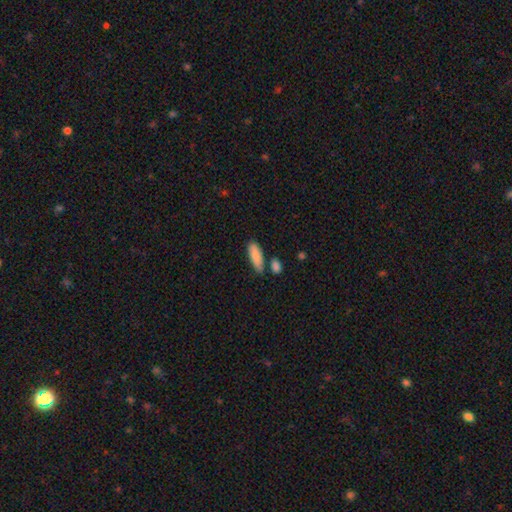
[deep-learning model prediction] smooth-or-featured: smooth: 87% | featured or disk: 7% | star or artifact: 6%
  how-rounded: in between: 59% | cigar-shaped: 39% | round: 2%
  merging: none: 69% | minor disturbance: 17% | merger: 10% | major disturbance: 4%